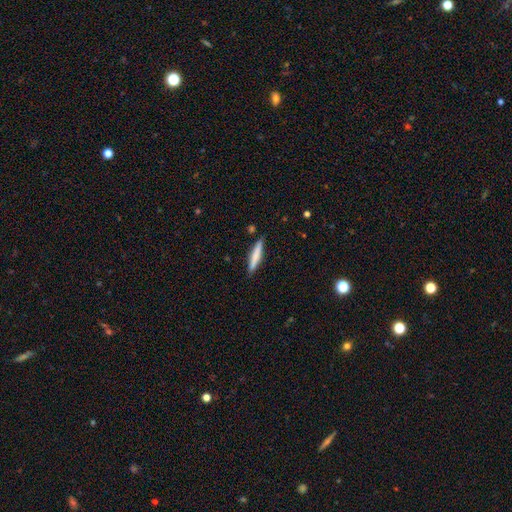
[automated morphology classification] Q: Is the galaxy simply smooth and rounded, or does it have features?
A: smooth — 70%.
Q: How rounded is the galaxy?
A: cigar-shaped — 91%.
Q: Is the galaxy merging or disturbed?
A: none — 88%.